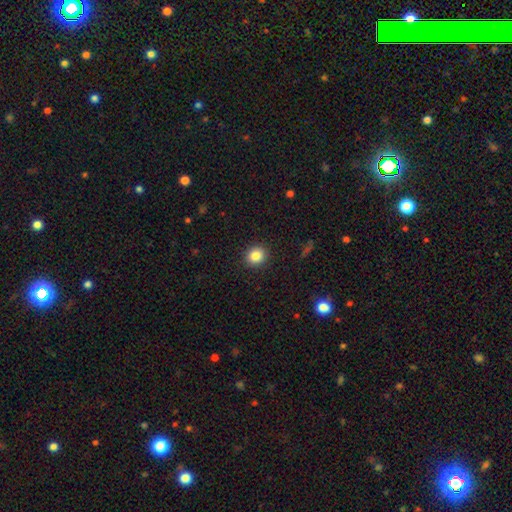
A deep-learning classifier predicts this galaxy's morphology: Overall: smooth (84%). How rounded: round (85%). Merging: none (92%).